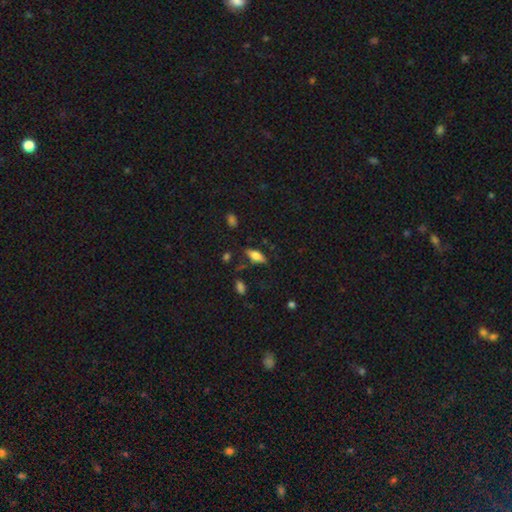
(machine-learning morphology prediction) This is likely a smooth galaxy (61%). How rounded: likely in between (73%). Merging: likely none (78%).